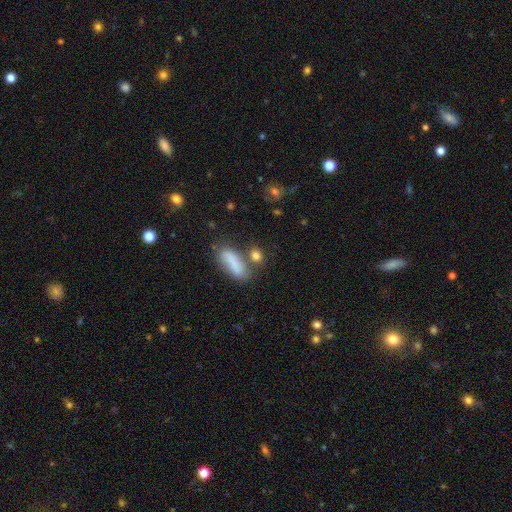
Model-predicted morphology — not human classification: Smooth or featured? Predicted: smooth (p=0.81). How rounded? Predicted: in between (p=0.50). Merging? Predicted: none (p=0.62).